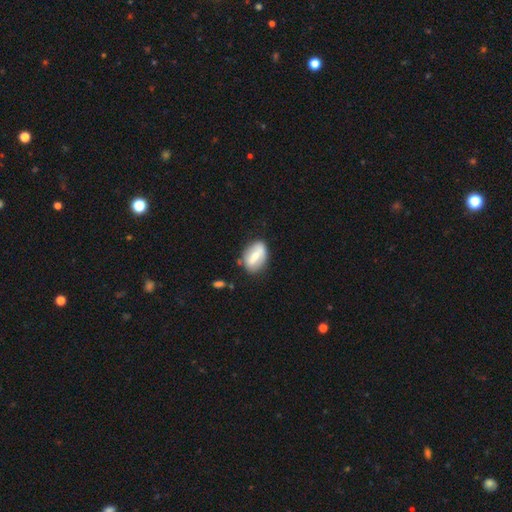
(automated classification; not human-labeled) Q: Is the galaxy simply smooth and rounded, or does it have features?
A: smooth — 49%.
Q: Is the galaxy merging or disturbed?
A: none — 77%.